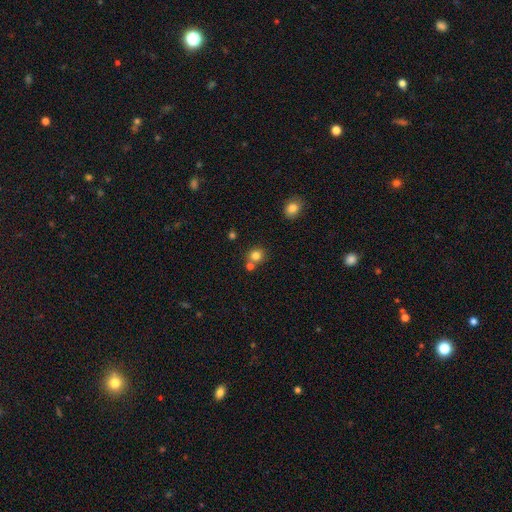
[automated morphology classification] Smooth or featured? Predicted: smooth (p=0.81). How rounded? Predicted: round (p=0.85). Merging? Predicted: none (p=0.64).